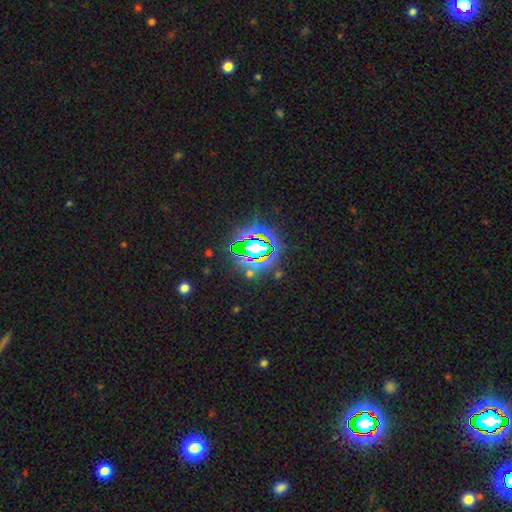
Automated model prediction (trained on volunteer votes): The model was most divided on "smooth or featured": star or artifact: 78%, smooth: 12%, featured or disk: 10%.